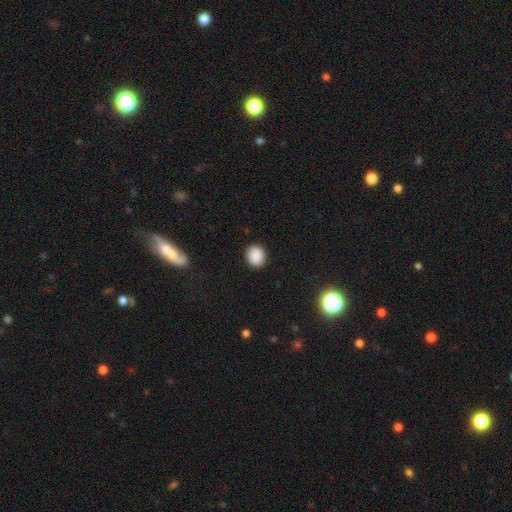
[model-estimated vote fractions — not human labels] Smooth or featured? smooth (88%)
How rounded? round (72%)
Merging? none (89%)